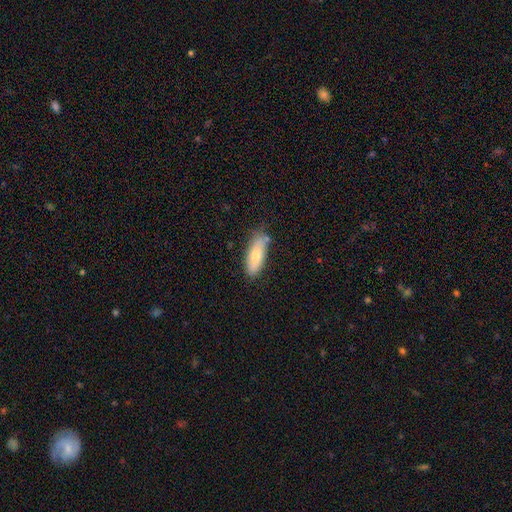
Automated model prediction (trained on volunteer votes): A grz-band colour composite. It shows a smooth galaxy with no disk features (72%) that is in between round and cigar-shaped (71%). Merging: none (72%).